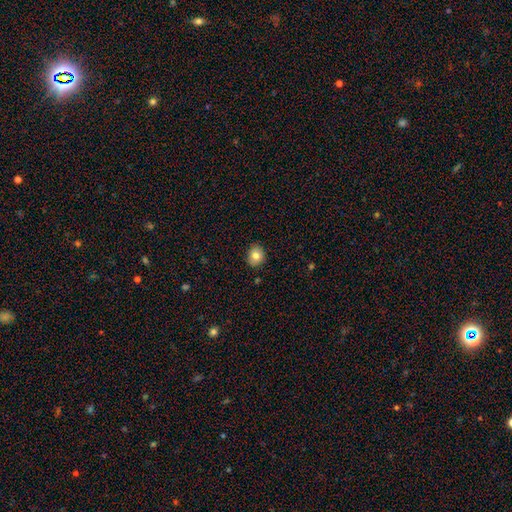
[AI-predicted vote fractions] Smooth or featured? smooth (81%)
How rounded? round (67%)
Merging? none (87%)